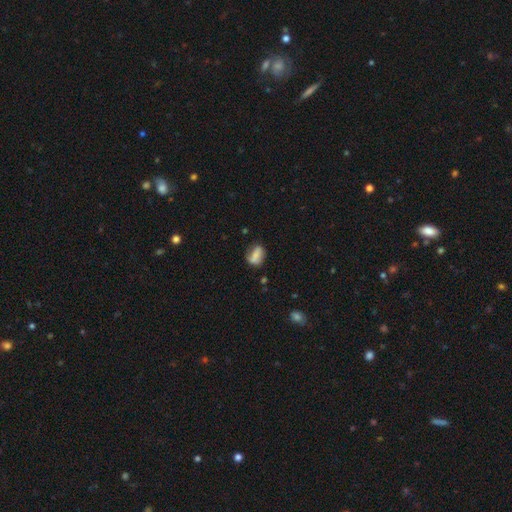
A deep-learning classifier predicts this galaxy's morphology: Smooth or featured: smooth — 66% (featured or disk — 25%)
How rounded: in between — 76% (round — 19%)
Merging: none — 61% (minor disturbance — 26%)